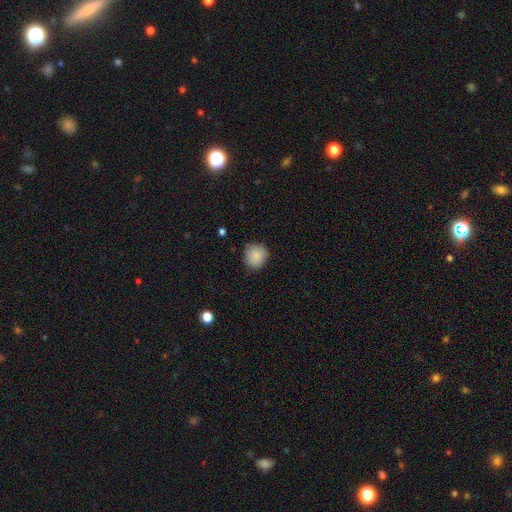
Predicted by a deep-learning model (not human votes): Smooth or featured: smooth — 87% (star or artifact — 8%)
How rounded: round — 87% (in between — 12%)
Merging: none — 84% (minor disturbance — 12%)